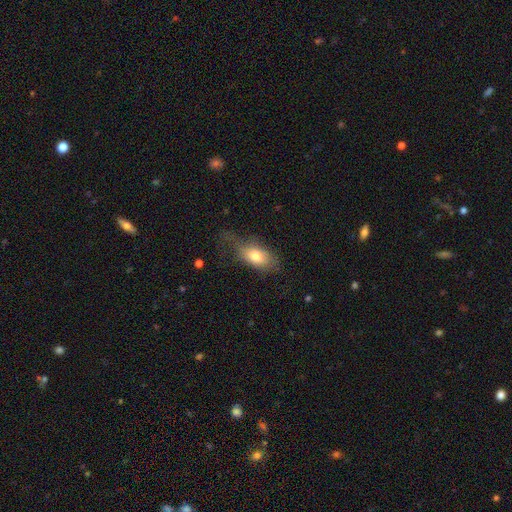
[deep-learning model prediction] Morphology: type=smooth (74%); roundness=in between (87%); merging=none (41%).